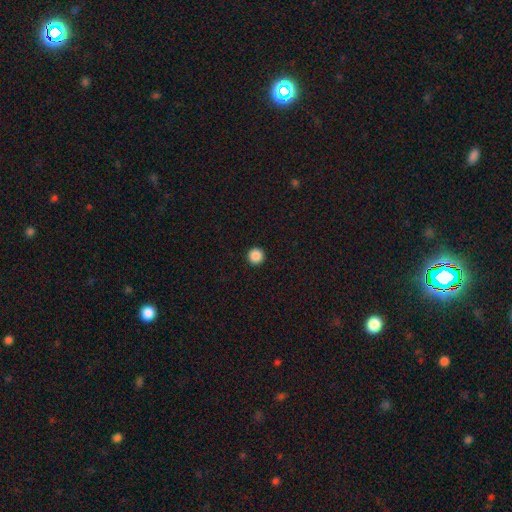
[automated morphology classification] smooth_or_featured: smooth (p=0.87) [alt: star or artifact p=0.10]
how_rounded: round (p=0.97) [alt: in between p=0.02]
merging: none (p=0.94) [alt: minor disturbance p=0.03]